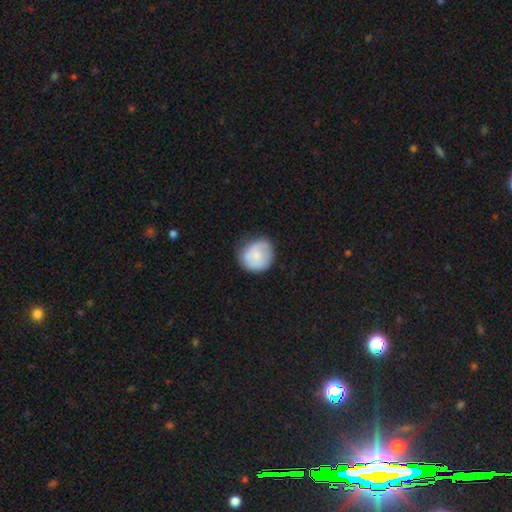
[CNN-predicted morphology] This is likely a smooth galaxy (72%). How rounded: clearly round (80%). Merging: likely none (62%).